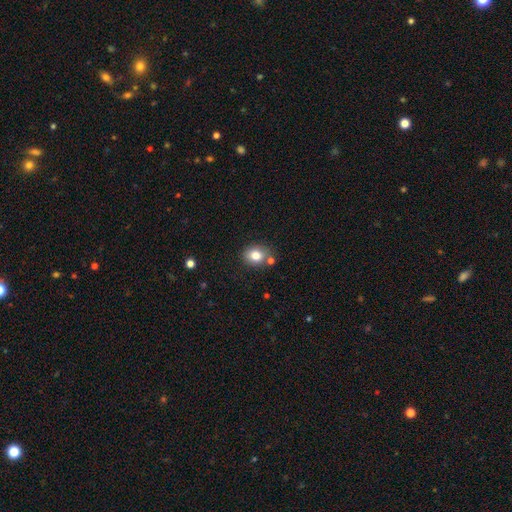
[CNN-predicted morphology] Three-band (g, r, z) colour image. It shows a smooth galaxy with no disk features (79%) that is round (64%). Merging: none (73%).